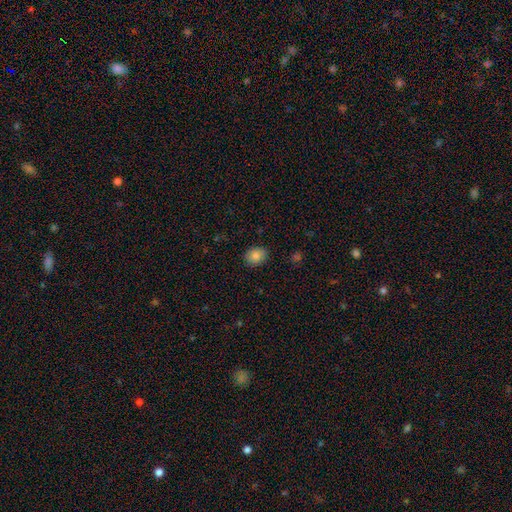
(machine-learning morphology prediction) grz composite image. It shows a smooth galaxy with no disk features (83%) that is in between round and cigar-shaped (53%). Merging: none (87%).